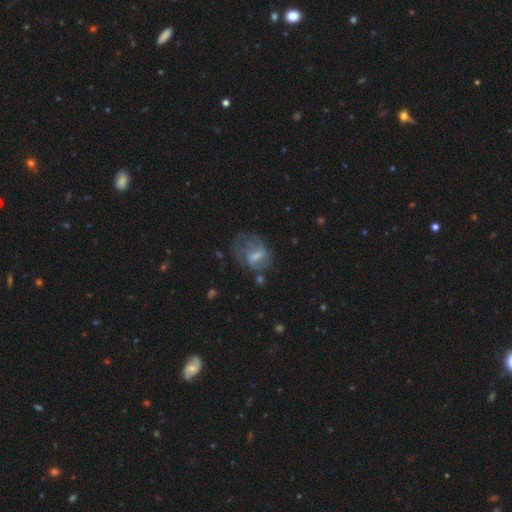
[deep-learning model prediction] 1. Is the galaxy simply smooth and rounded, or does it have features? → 46% smooth, 44% featured or disk, 10% star or artifact.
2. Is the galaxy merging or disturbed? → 37% major disturbance, 33% none, 25% minor disturbance, 5% merger.